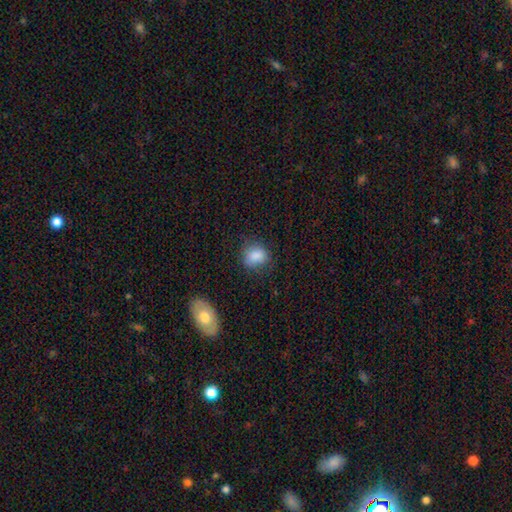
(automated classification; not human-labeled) Morphology: type=smooth (84%); roundness=round (60%); merging=none (69%).